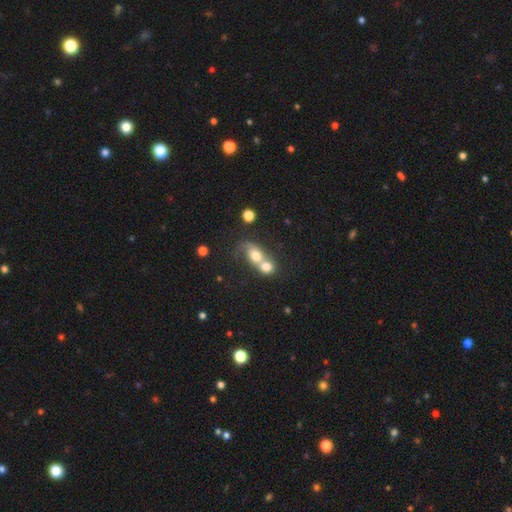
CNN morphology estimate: smooth-or-featured: smooth: 62% | featured or disk: 28% | star or artifact: 10%
  how-rounded: round: 51% | in between: 46% | cigar-shaped: 3%
  merging: merger: 76% | none: 12% | major disturbance: 7% | minor disturbance: 5%